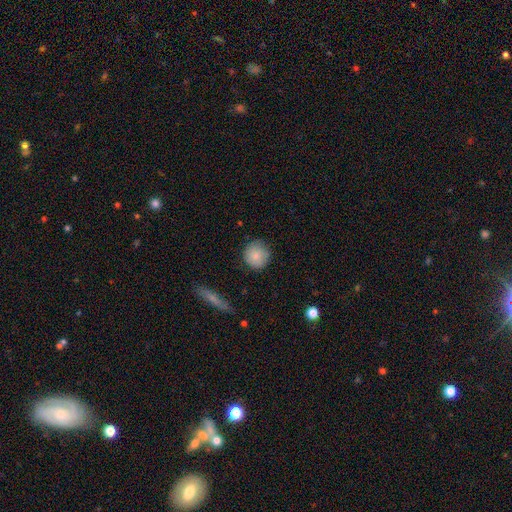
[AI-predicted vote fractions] This appears to be a smooth galaxy with no disk features (84%) that is round (92%). Merging: none (82%).